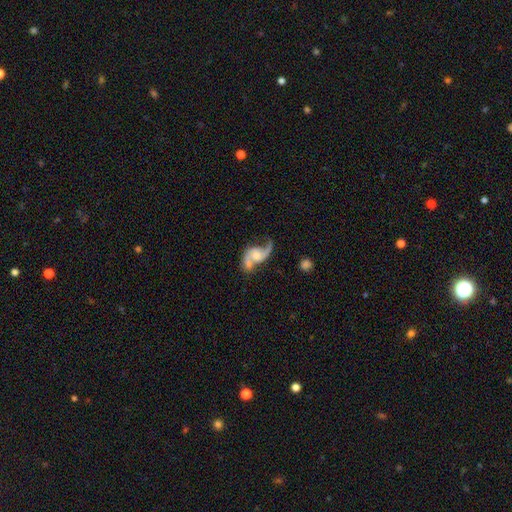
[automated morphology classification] Smooth or featured?
  - featured or disk: 89% *
  - smooth: 7%
  - star or artifact: 5%
Edge-on disk?
  - no: 98% *
  - yes: 2%
Bar?
  - no: 58% *
  - weak: 34%
  - strong: 8%
Spiral arms?
  - yes: 96% *
  - no: 4%
Spiral winding?
  - loose: 66% *
  - medium: 28%
  - tight: 6%
Spiral arm count?
  - 2: 90% *
  - 1: 5%
  - can't tell: 2%
  - 3: 1%
  - 4: 1%
  - more than 4: 1%
Bulge size?
  - moderate: 40% *
  - small: 36%
  - none: 15%
  - large: 8%
  - dominant: 2%
Merging?
  - none: 55% *
  - minor disturbance: 19%
  - major disturbance: 15%
  - merger: 11%